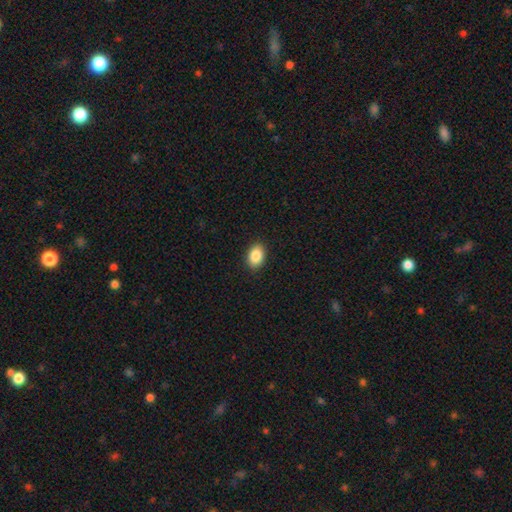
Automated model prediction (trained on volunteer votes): Q: Smooth or featured?
A: smooth (88%); runner-up: star or artifact (8%)
Q: How rounded?
A: in between (85%); runner-up: round (14%)
Q: Merging?
A: none (90%); runner-up: minor disturbance (7%)